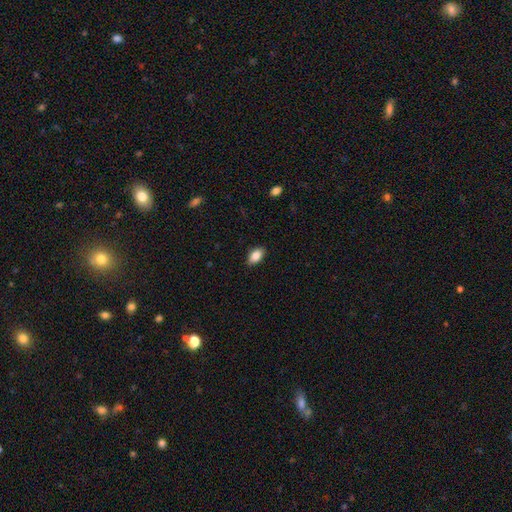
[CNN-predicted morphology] type=smooth (87%); roundness=in between (92%); merging=none (88%).